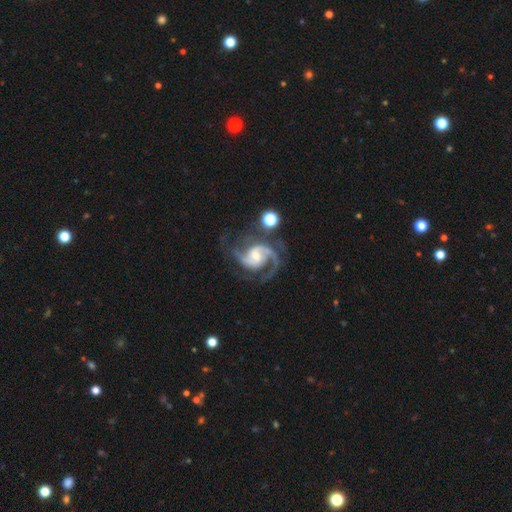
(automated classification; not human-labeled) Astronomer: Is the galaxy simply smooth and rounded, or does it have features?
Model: featured or disk — 91%.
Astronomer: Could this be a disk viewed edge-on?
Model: no — 98%.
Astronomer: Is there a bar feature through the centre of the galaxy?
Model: weak — 44% (runner-up: no, 41%).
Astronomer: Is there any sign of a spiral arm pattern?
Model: yes — 98%.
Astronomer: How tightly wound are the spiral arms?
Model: medium — 59%.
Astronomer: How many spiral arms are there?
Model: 2 — 70%.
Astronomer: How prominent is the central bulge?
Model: moderate — 48% (runner-up: small, 41%).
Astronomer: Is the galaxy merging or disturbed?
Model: none — 62%.